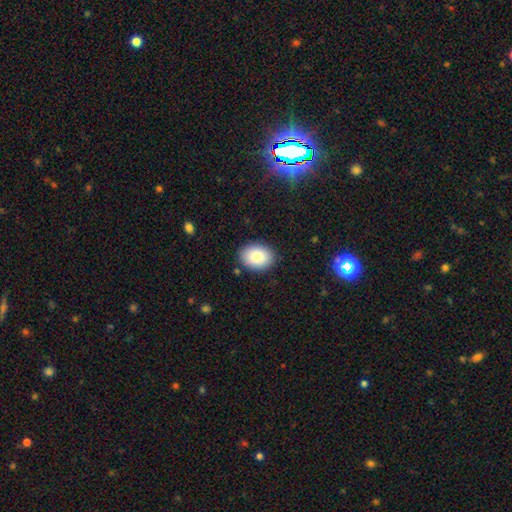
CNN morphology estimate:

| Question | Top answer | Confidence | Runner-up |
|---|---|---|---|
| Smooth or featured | smooth | 86% | star or artifact (7%) |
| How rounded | in between | 65% | round (34%) |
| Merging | none | 87% | minor disturbance (10%) |